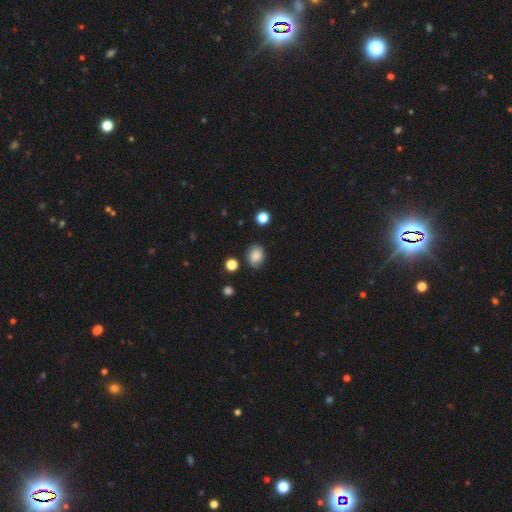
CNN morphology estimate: Smooth or featured? smooth (86%)
How rounded? in between (61%)
Merging? none (82%)